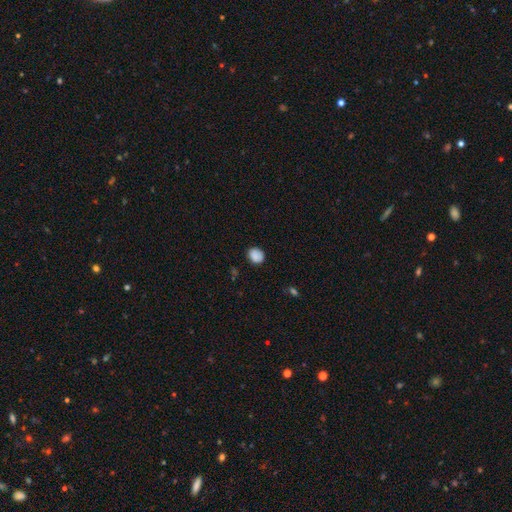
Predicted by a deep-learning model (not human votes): Smooth or featured? Predicted: smooth (p=0.86). How rounded? Predicted: round (p=0.67). Merging? Predicted: none (p=0.81).